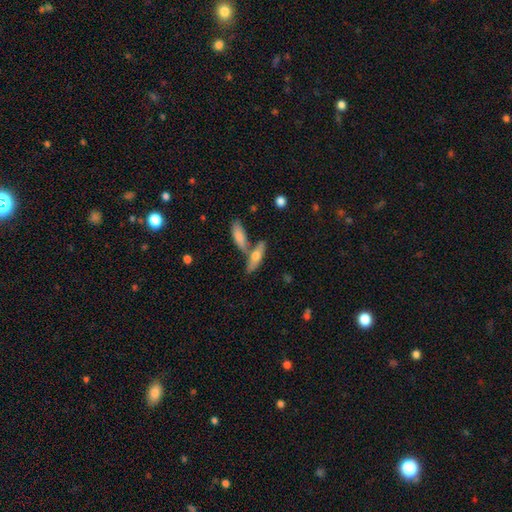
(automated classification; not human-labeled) Smooth or featured: smooth — 62% (featured or disk — 32%)
How rounded: cigar-shaped — 50% (in between — 47%)
Merging: none — 49% (merger — 37%)